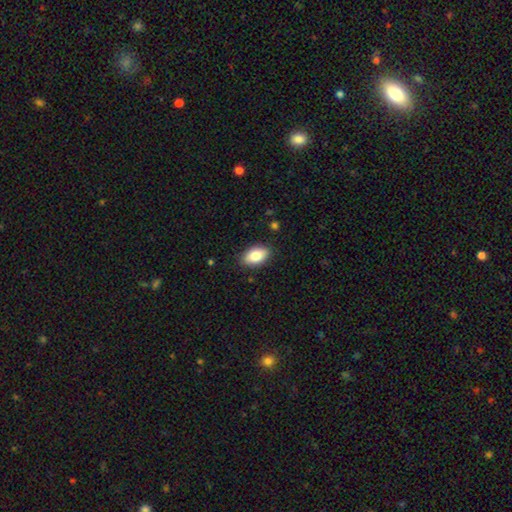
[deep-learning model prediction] Smooth or featured? smooth (83%)
How rounded? in between (92%)
Merging? none (88%)